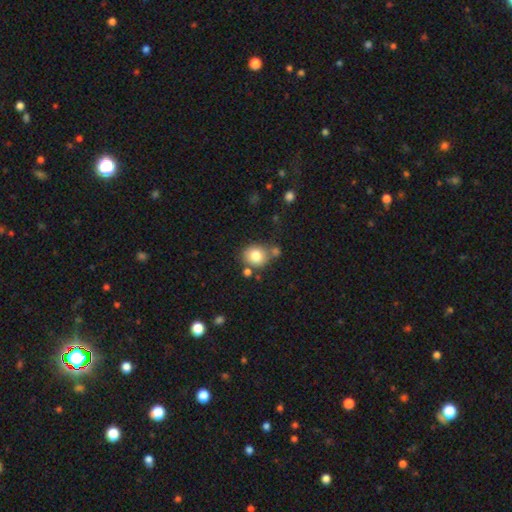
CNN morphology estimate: A smooth galaxy with no disk features (79%) that is round (71%). Merging: none (66%).